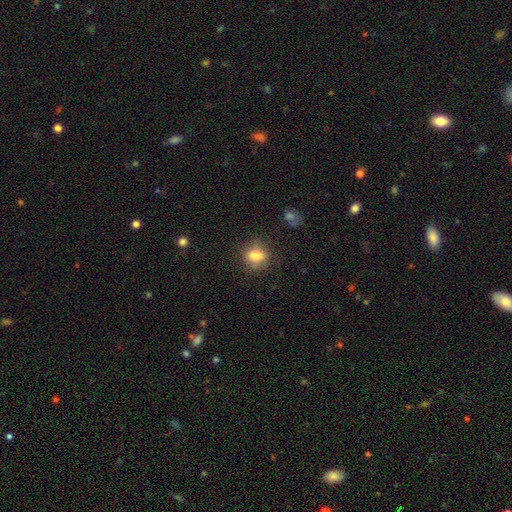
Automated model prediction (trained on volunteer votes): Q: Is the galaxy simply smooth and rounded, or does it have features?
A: smooth — 76%.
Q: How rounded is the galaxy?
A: in between — 54%.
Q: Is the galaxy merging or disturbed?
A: none — 75%.